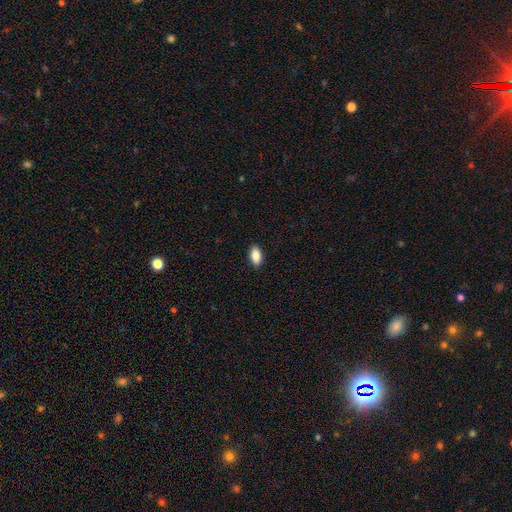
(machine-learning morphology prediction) Smooth or featured: smooth — 87% (star or artifact — 7%)
How rounded: in between — 90% (cigar-shaped — 7%)
Merging: none — 89% (minor disturbance — 8%)